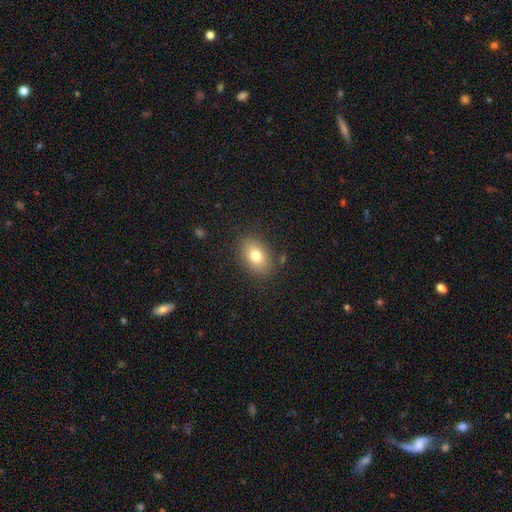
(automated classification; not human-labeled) Q: Smooth or featured?
A: smooth (77%); runner-up: featured or disk (13%)
Q: How rounded?
A: in between (80%); runner-up: round (19%)
Q: Merging?
A: none (84%); runner-up: minor disturbance (10%)